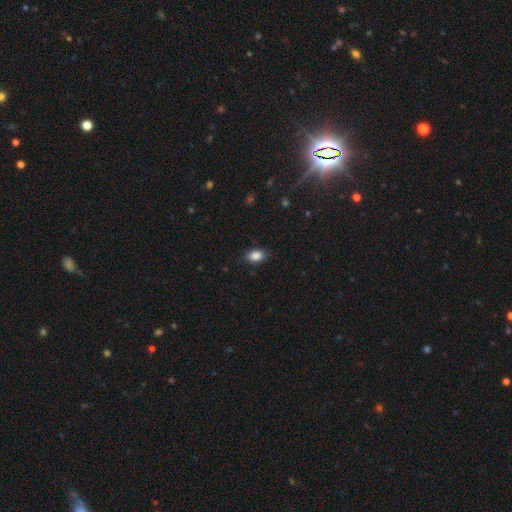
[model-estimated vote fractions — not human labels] A smooth galaxy with no disk features (87%) that is in between round and cigar-shaped (86%).

Vote fractions:
- Smooth or featured? smooth: 87% / star or artifact: 8% / featured or disk: 4%
- How rounded? in between: 86% / round: 12% / cigar-shaped: 2%
- Merging? none: 84% / minor disturbance: 12% / major disturbance: 3% / merger: 1%